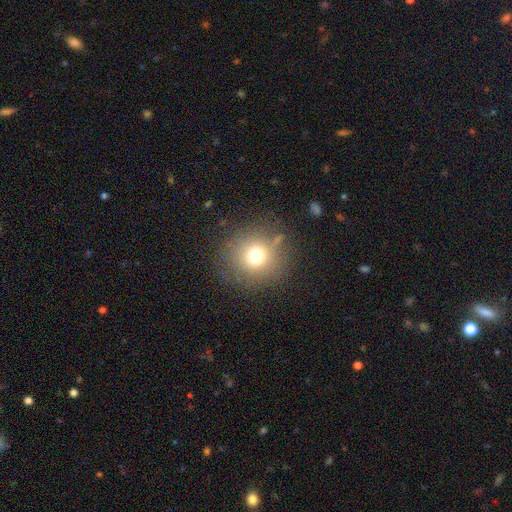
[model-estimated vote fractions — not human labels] smooth_or_featured: smooth (p=0.71) [alt: star or artifact p=0.18]
how_rounded: round (p=0.92) [alt: in between p=0.07]
merging: none (p=0.80) [alt: minor disturbance p=0.11]